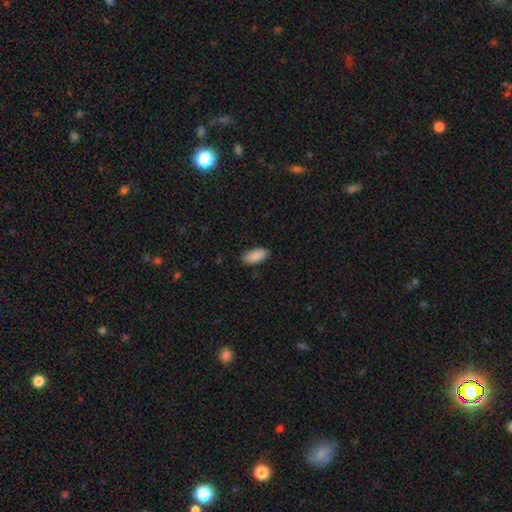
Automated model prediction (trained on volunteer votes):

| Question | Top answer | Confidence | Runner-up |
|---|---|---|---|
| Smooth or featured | smooth | 90% | star or artifact (6%) |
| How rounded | in between | 90% | cigar-shaped (8%) |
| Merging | none | 87% | minor disturbance (10%) |